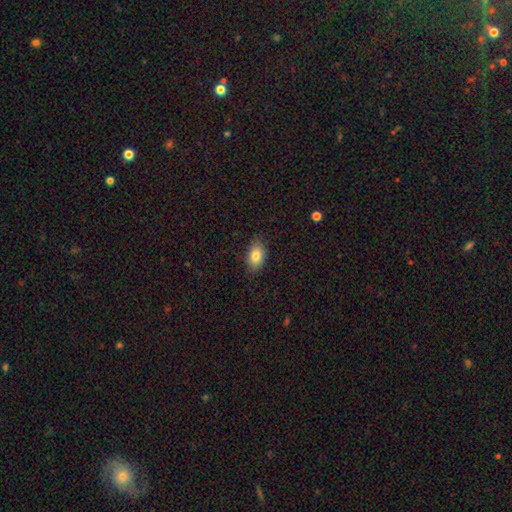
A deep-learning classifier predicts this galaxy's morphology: A smooth galaxy with no disk features (81%) that is in between round and cigar-shaped (89%). Merging: none (84%).